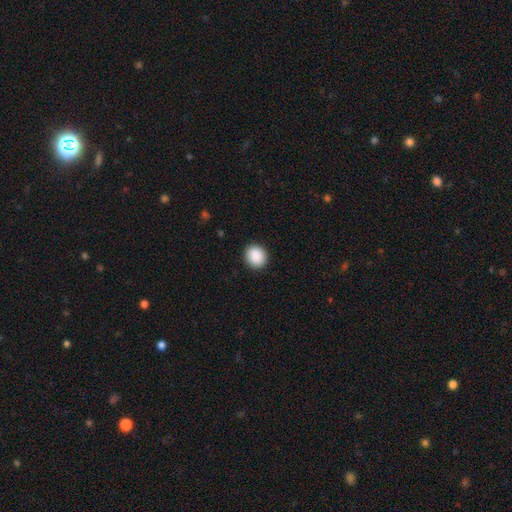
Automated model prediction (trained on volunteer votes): smooth_or_featured: smooth (p=0.90) [alt: star or artifact p=0.07]
how_rounded: round (p=0.82) [alt: in between p=0.18]
merging: none (p=0.92) [alt: minor disturbance p=0.06]